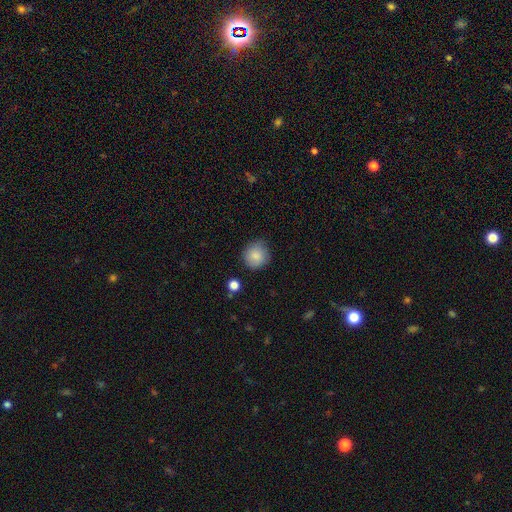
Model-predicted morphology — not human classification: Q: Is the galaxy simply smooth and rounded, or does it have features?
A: smooth — 85%.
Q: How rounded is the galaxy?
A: round — 89%.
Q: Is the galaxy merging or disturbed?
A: none — 78%.